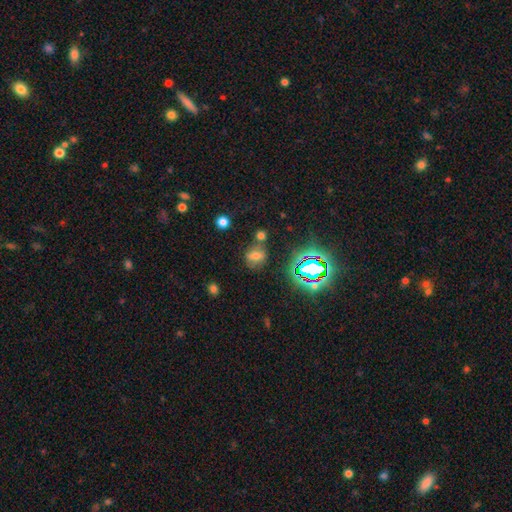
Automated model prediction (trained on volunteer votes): Overall: smooth (53%; star or artifact 31%). How rounded: round (51%; in between 46%). Merging: none (65%).